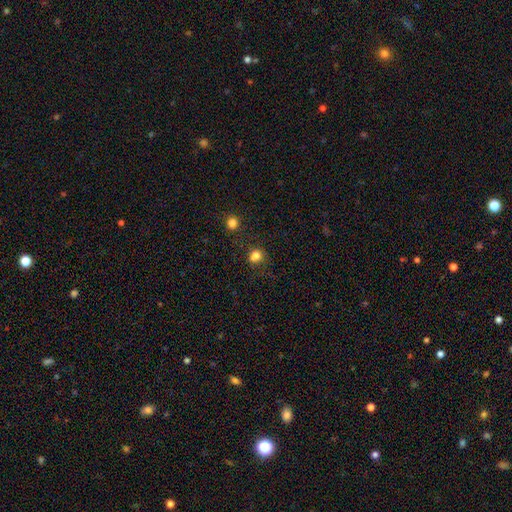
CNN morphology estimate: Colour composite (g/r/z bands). It shows a smooth galaxy with no disk features (78%) that is round (71%). Merging: none (58%).